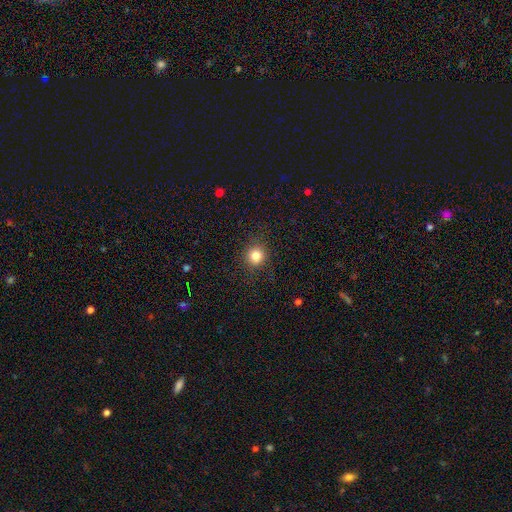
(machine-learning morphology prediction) Smooth or featured? smooth (82%)
How rounded? round (89%)
Merging? none (86%)